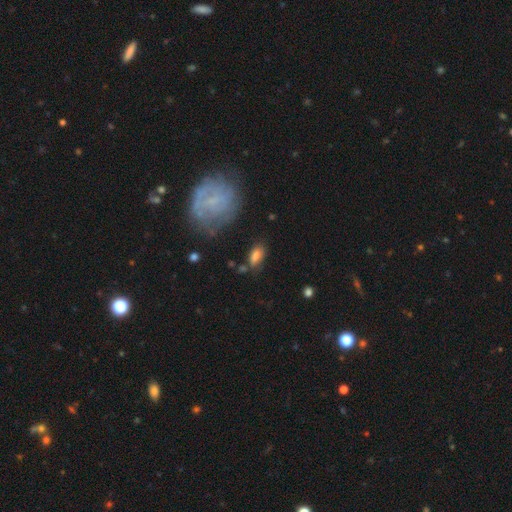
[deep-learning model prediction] smooth 77%, featured or disk 14%, star or artifact 9%. Down the decision tree: how rounded — in between (87%); merging — none (66%).